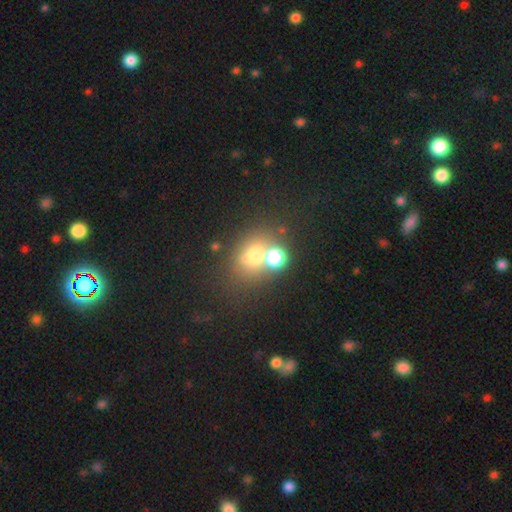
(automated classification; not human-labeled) Morphology: type=smooth (65%); roundness=round (62%); merging=merger (44%).